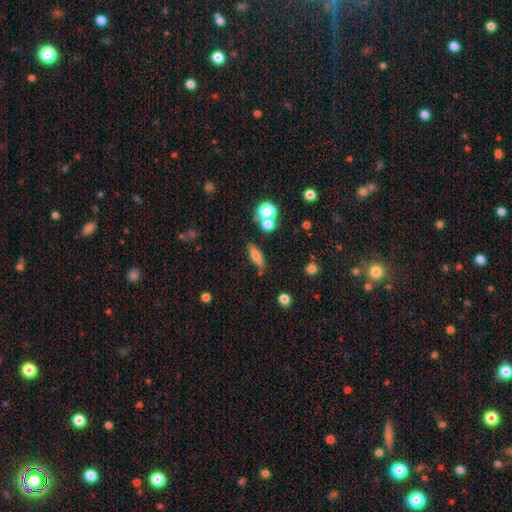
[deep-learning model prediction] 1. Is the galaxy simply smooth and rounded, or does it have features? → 64% smooth, 25% featured or disk, 11% star or artifact.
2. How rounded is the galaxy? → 53% in between, 40% cigar-shaped, 7% round.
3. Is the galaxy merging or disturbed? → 72% none, 14% minor disturbance, 9% merger, 5% major disturbance.